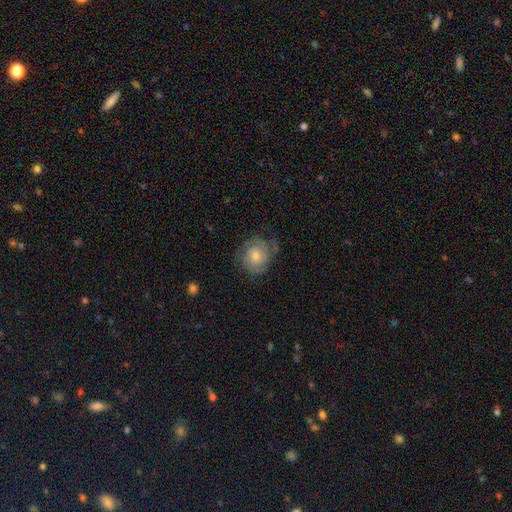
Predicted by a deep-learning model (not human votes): Smooth or featured?
  - featured or disk: 69% *
  - smooth: 23%
  - star or artifact: 8%
Edge-on disk?
  - no: 98% *
  - yes: 2%
Bar?
  - no: 76% *
  - weak: 21%
  - strong: 3%
Spiral arms?
  - yes: 91% *
  - no: 9%
Spiral winding?
  - tight: 64% *
  - medium: 28%
  - loose: 8%
Spiral arm count?
  - 2: 36% *
  - can't tell: 31%
  - 3: 18%
  - 4: 5%
  - 1: 5%
  - more than 4: 4%
Bulge size?
  - moderate: 54% *
  - small: 39%
  - large: 4%
  - none: 2%
  - dominant: 1%
Merging?
  - none: 70% *
  - minor disturbance: 20%
  - major disturbance: 9%
  - merger: 1%